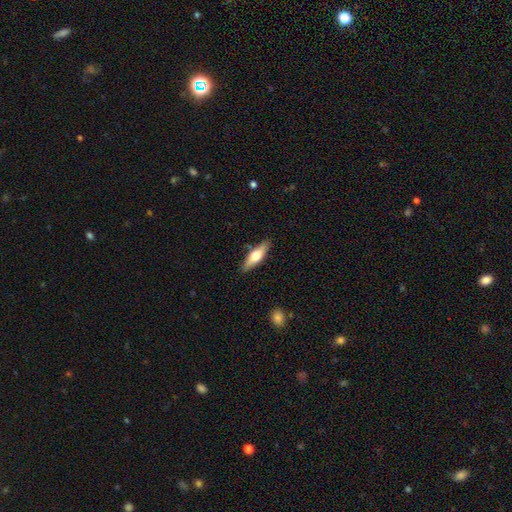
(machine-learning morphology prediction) This is possibly a smooth galaxy (53%). How rounded: possibly cigar-shaped (53%). Merging: clearly none (86%).